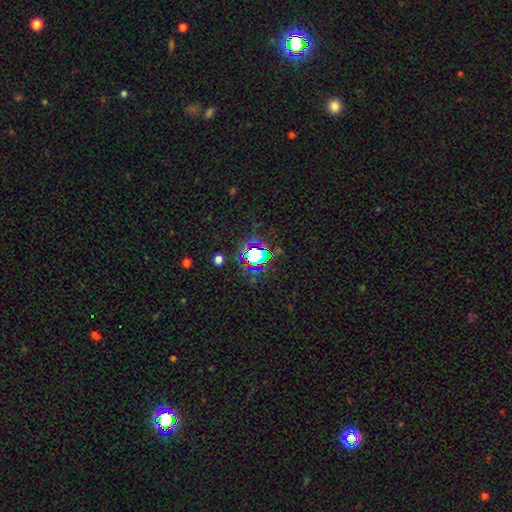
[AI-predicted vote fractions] Smooth or featured: star or artifact — 68% (smooth — 21%)